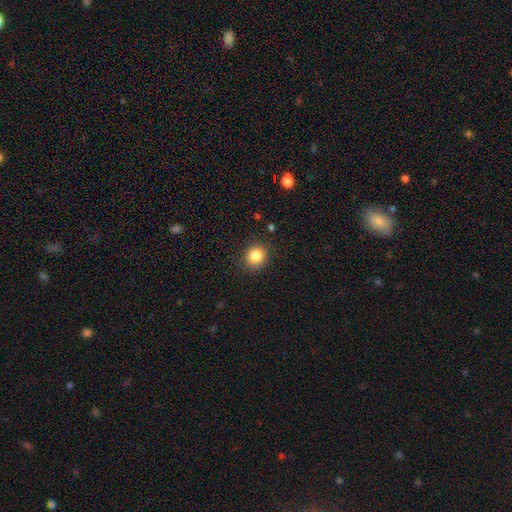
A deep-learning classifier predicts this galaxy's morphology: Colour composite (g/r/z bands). It shows a smooth galaxy with no disk features (84%) that is round (80%). Merging: none (87%).